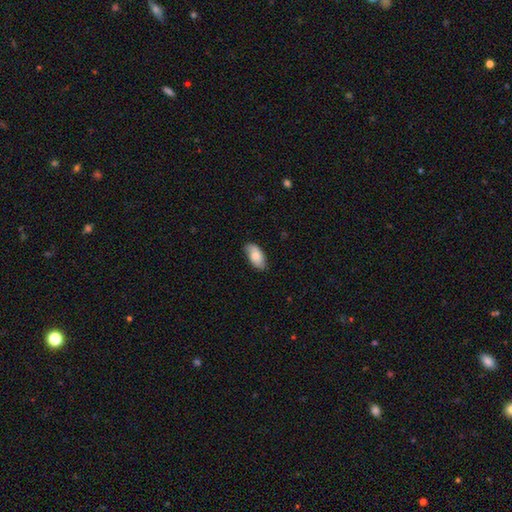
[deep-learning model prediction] Q: Smooth or featured?
A: smooth (72%); runner-up: featured or disk (21%)
Q: How rounded?
A: in between (94%); runner-up: cigar-shaped (3%)
Q: Merging?
A: none (74%); runner-up: minor disturbance (21%)